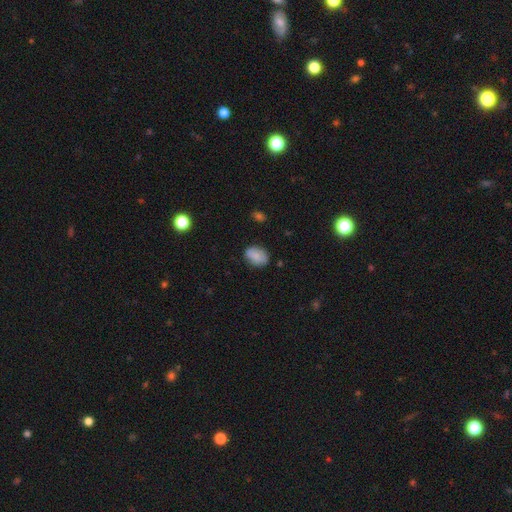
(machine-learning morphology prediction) smooth 83%, featured or disk 9%, star or artifact 8%. Down the decision tree: how rounded — in between (79%); merging — none (75%).